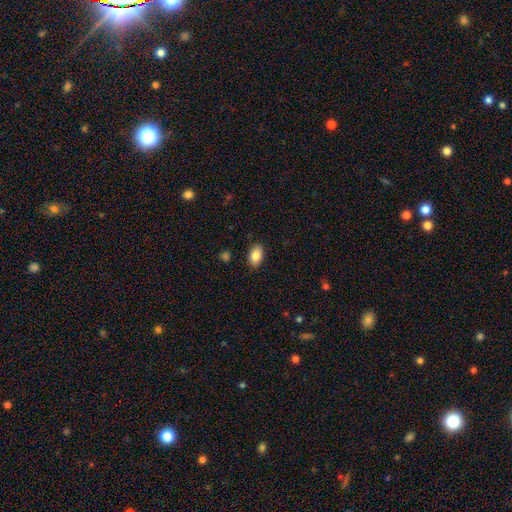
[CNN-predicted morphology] Overall: smooth (85%). How rounded: in between (90%). Merging: none (87%).